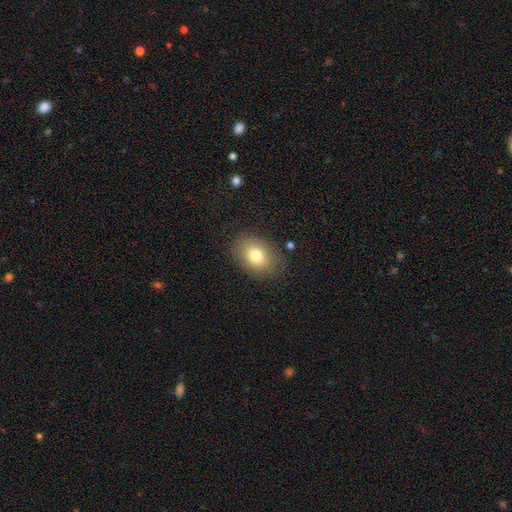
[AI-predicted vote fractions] Overall: smooth (77%). How rounded: in between (76%). Merging: none (83%).